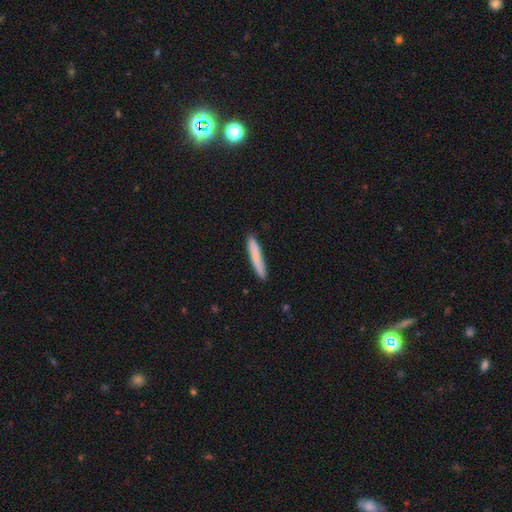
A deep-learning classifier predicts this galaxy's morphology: Overall: smooth (77%). How rounded: cigar-shaped (95%). Merging: none (88%).